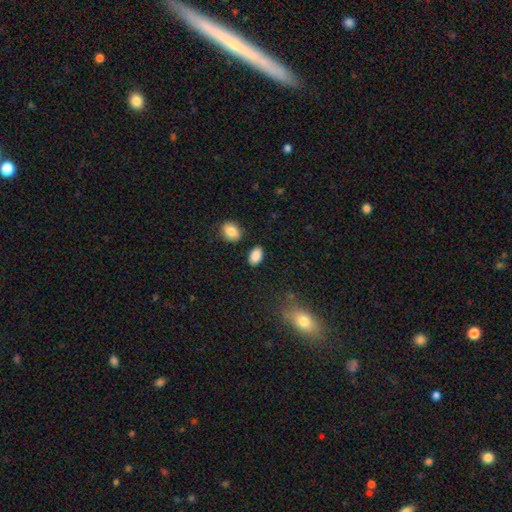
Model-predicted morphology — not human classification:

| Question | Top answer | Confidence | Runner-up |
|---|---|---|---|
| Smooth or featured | smooth | 88% | star or artifact (8%) |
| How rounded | in between | 90% | round (9%) |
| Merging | none | 84% | minor disturbance (10%) |